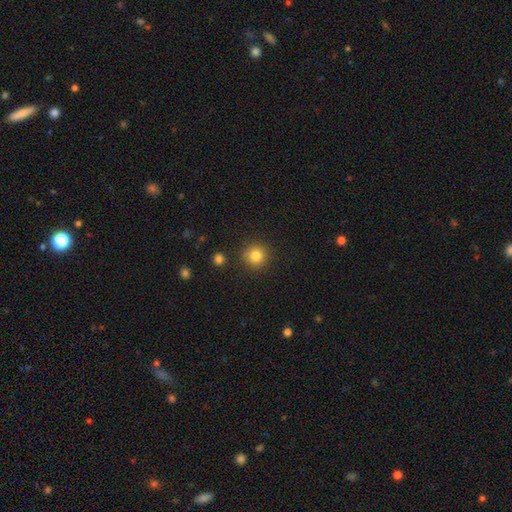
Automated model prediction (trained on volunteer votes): The model was most divided on "smooth or featured": smooth: 83%, star or artifact: 12%, featured or disk: 5%. More confident: how rounded — round (94%); merging — none (88%).